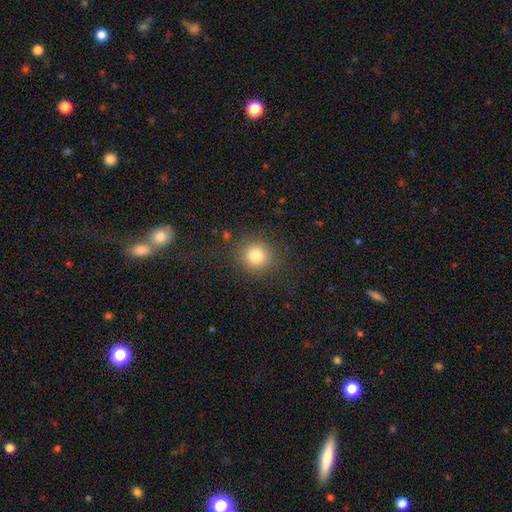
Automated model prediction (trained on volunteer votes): smooth 80%, star or artifact 12%, featured or disk 8%. Down the decision tree: how rounded — round (90%); merging — none (87%).